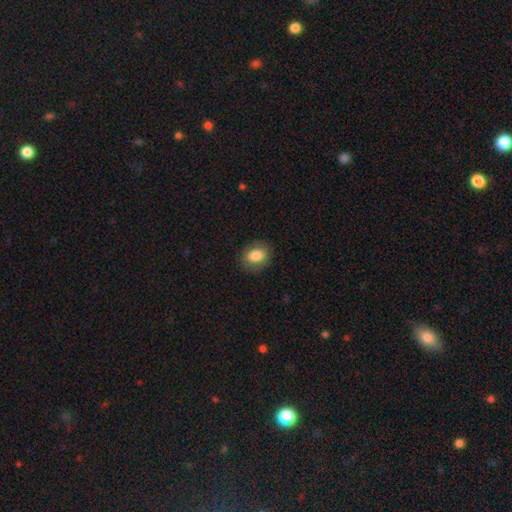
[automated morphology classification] smooth 82%, featured or disk 10%, star or artifact 8%. Down the decision tree: how rounded — in between (66%); merging — none (86%).